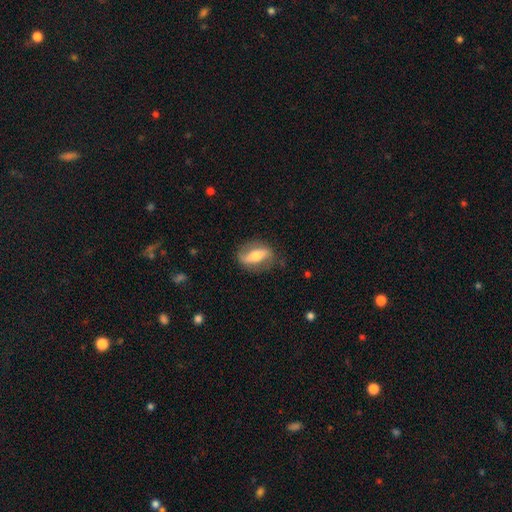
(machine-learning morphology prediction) A featured or disk galaxy (61%). Merging: none (78%).